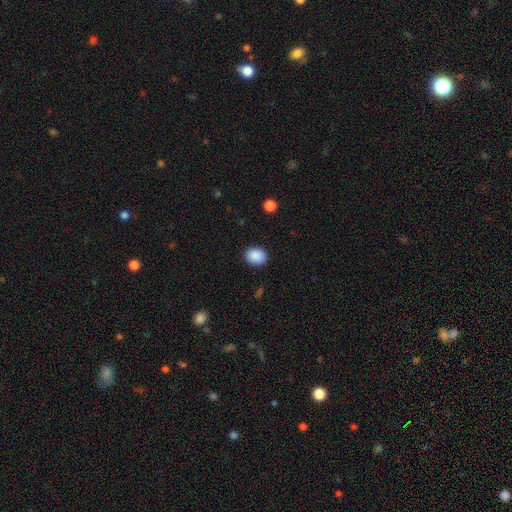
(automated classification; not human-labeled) smooth_or_featured: smooth (p=0.89) [alt: star or artifact p=0.08]
how_rounded: in between (p=0.52) [alt: round p=0.47]
merging: none (p=0.89) [alt: minor disturbance p=0.08]